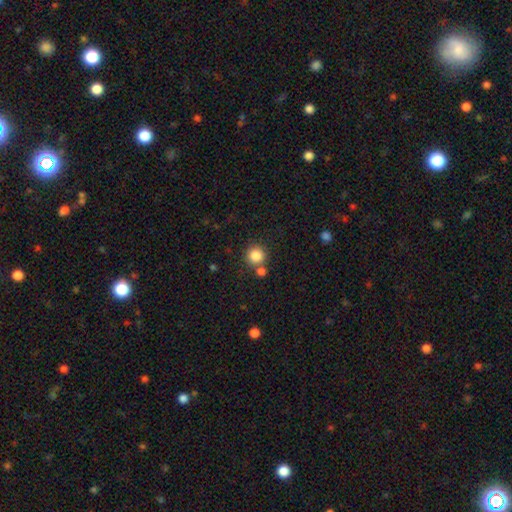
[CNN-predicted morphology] Smooth or featured? Predicted: smooth (p=0.85). How rounded? Predicted: round (p=0.93). Merging? Predicted: none (p=0.73).